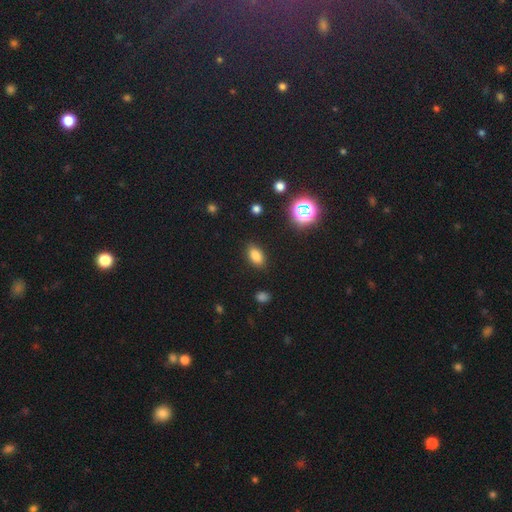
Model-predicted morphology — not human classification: Smooth or featured? Predicted: smooth (p=0.81). How rounded? Predicted: in between (p=0.88). Merging? Predicted: none (p=0.87).